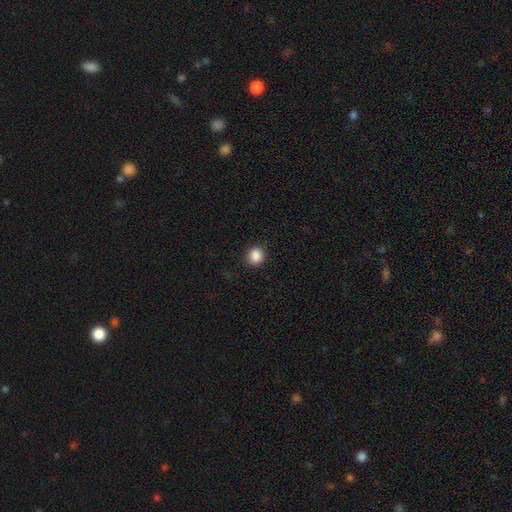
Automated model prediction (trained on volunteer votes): Smooth or featured? smooth (88%)
How rounded? round (90%)
Merging? none (92%)